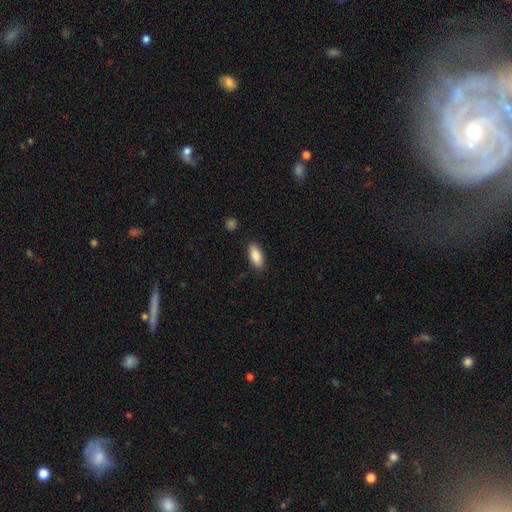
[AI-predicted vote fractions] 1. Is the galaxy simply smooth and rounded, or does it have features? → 88% smooth, 6% star or artifact, 6% featured or disk.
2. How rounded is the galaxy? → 86% in between, 12% cigar-shaped, 2% round.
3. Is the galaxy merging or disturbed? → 86% none, 10% minor disturbance, 2% major disturbance, 1% merger.